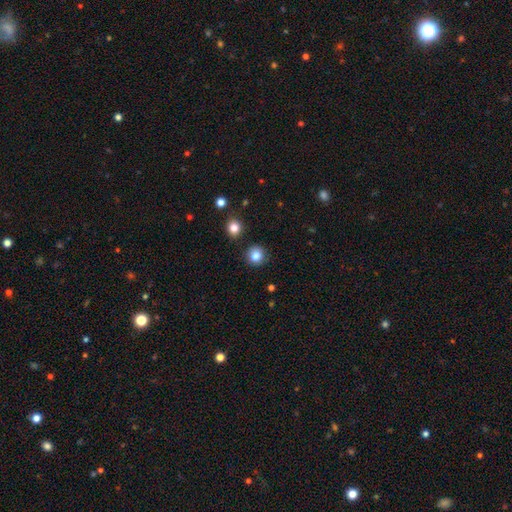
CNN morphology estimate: The model was most divided on "smooth or featured": smooth: 84%, star or artifact: 10%, featured or disk: 5%. More confident: how rounded — round (92%); merging — none (89%).